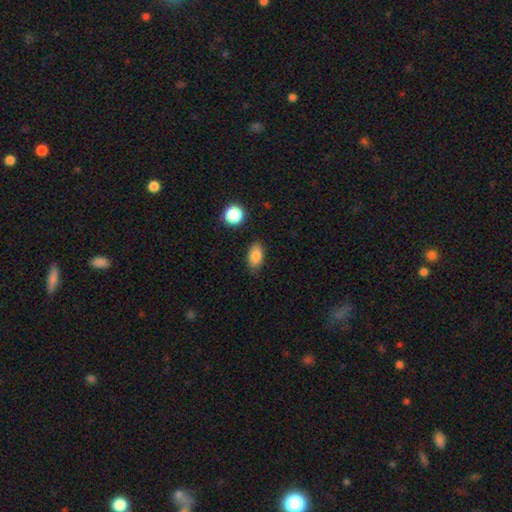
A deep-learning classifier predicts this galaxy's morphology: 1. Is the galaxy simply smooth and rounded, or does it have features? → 84% smooth, 9% star or artifact, 7% featured or disk.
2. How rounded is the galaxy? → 88% in between, 9% round, 3% cigar-shaped.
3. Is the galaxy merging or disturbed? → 83% none, 12% minor disturbance, 3% major disturbance, 2% merger.